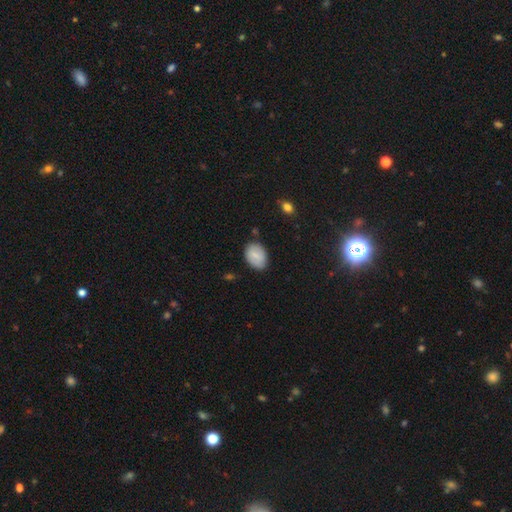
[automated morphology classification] This appears to be a smooth galaxy with no disk features (75%) that is in between round and cigar-shaped (81%). Merging: none (79%).